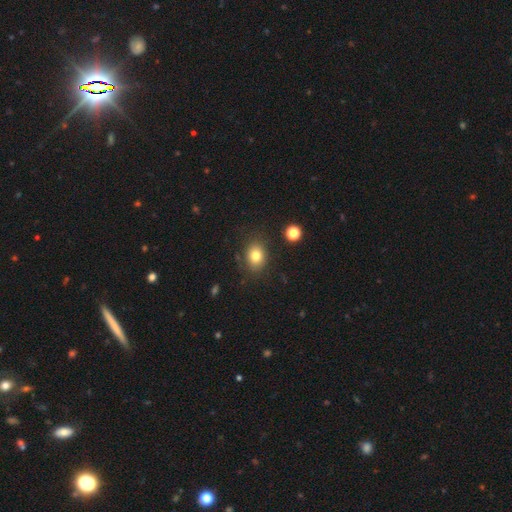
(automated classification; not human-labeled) Morphology: type=smooth (79%); roundness=in between (53%); merging=none (82%).